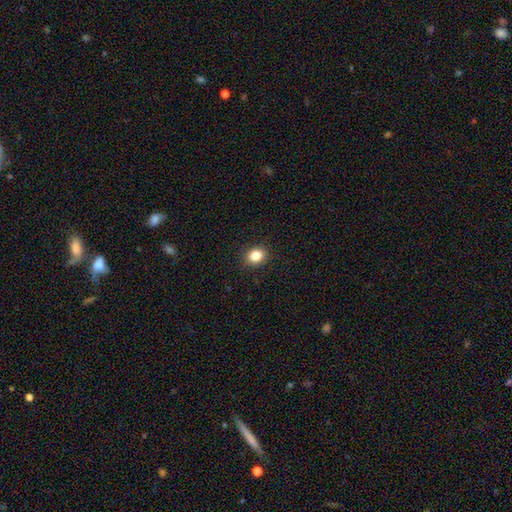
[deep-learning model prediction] Overall: smooth (83%). How rounded: round (50%; in between 49%). Merging: none (90%).